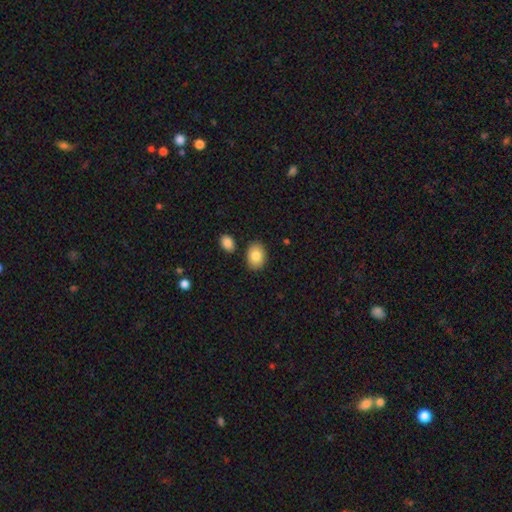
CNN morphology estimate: Q: Smooth or featured?
A: smooth (85%); runner-up: featured or disk (8%)
Q: How rounded?
A: in between (76%); runner-up: round (23%)
Q: Merging?
A: none (84%); runner-up: minor disturbance (9%)